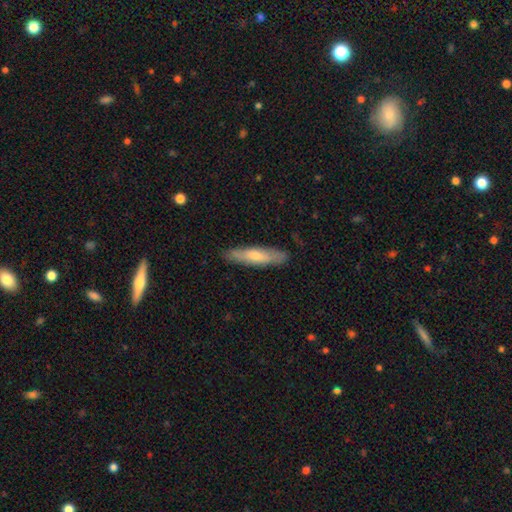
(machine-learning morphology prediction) A smooth galaxy with no disk features (58%) that is cigar-shaped (78%).

Vote fractions:
- Smooth or featured? smooth: 58% / featured or disk: 36% / star or artifact: 5%
- How rounded? cigar-shaped: 78% / in between: 20% / round: 2%
- Merging? none: 84% / minor disturbance: 12% / major disturbance: 2% / merger: 1%